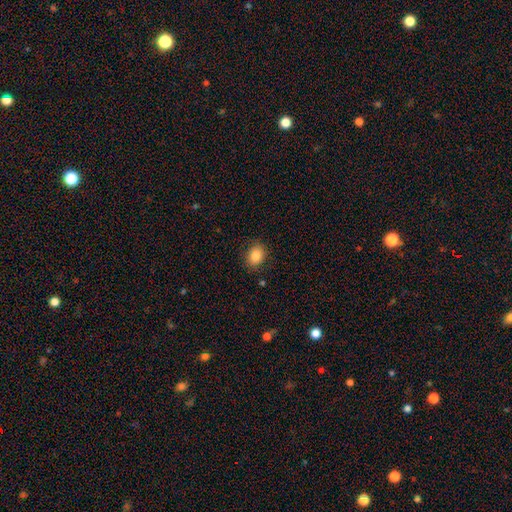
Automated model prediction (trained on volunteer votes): Morphology: type=smooth (85%); roundness=in between (55%); merging=none (87%).